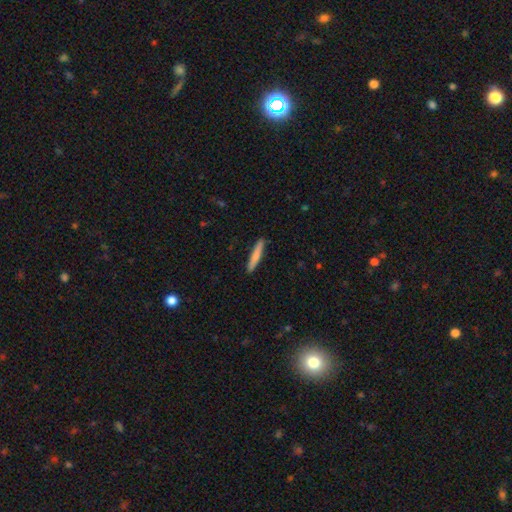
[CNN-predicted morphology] Smooth or featured: smooth — 76% (featured or disk — 19%)
How rounded: cigar-shaped — 95% (in between — 4%)
Merging: none — 91% (minor disturbance — 7%)